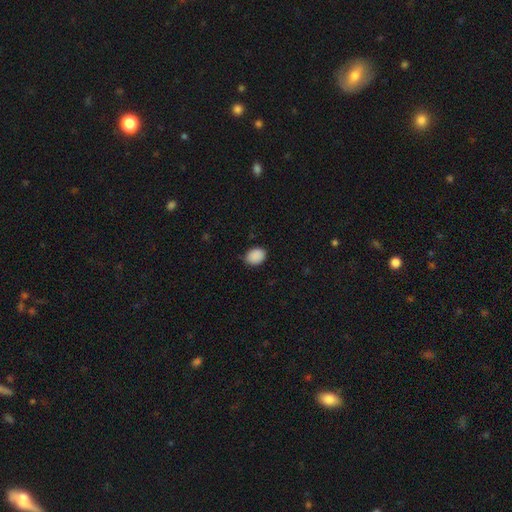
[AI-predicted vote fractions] The model was most divided on "how rounded": in between: 61%, round: 38%, cigar-shaped: 1%. More confident: smooth or featured — smooth (90%); merging — none (83%).